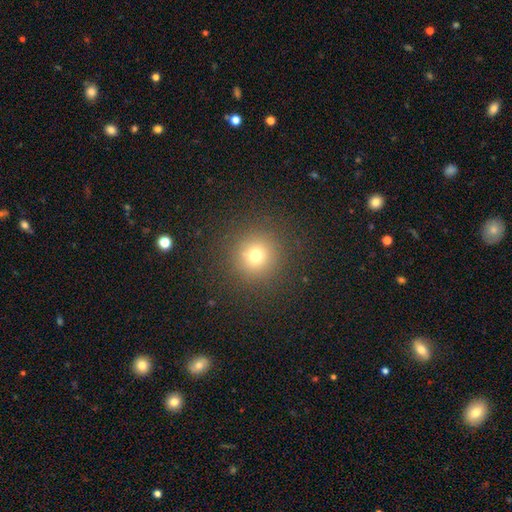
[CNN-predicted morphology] Overall: smooth (71%). How rounded: round (94%). Merging: none (88%).